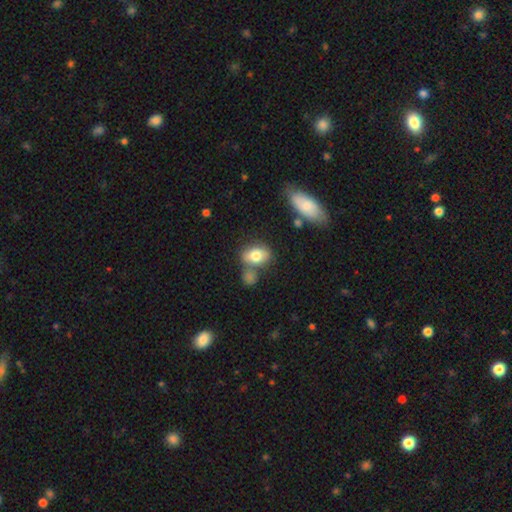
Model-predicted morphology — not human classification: This appears to be a smooth galaxy with no disk features (78%) that is in between round and cigar-shaped (76%). Merging: none (55%).